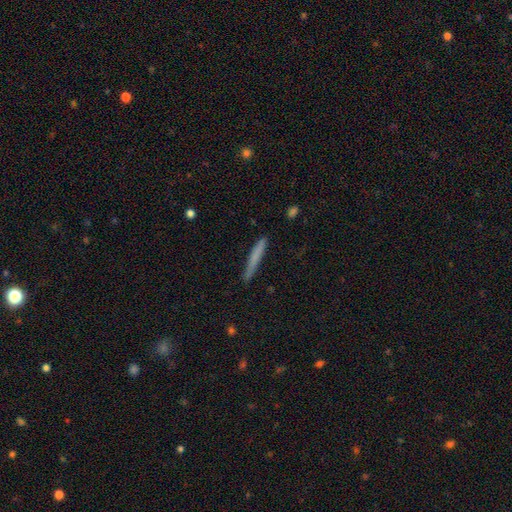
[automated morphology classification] smooth-or-featured: smooth: 69% | featured or disk: 25% | star or artifact: 6%
  how-rounded: cigar-shaped: 96% | in between: 2% | round: 1%
  merging: none: 85% | minor disturbance: 12% | major disturbance: 2% | merger: 2%